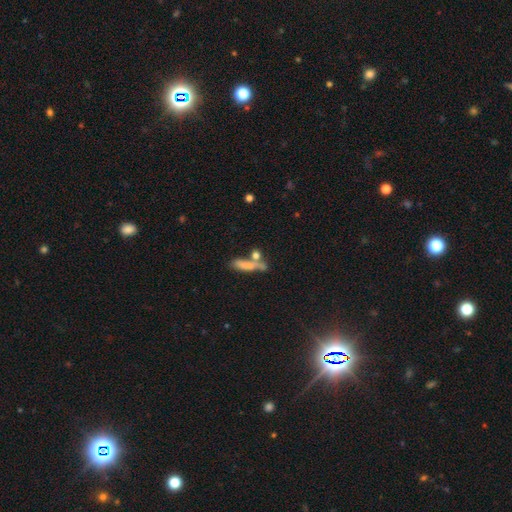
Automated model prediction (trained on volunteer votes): Smooth or featured? Predicted: smooth (p=0.69). How rounded? Predicted: cigar-shaped (p=0.61). Merging? Predicted: none (p=0.47).